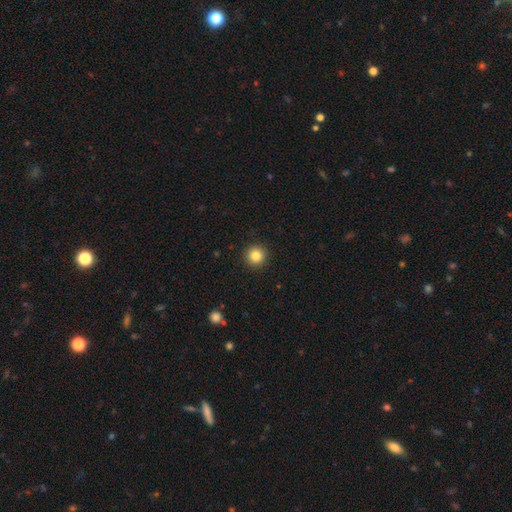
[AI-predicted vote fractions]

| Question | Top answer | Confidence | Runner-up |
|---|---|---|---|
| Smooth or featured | smooth | 85% | star or artifact (11%) |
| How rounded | round | 96% | in between (4%) |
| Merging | none | 92% | minor disturbance (5%) |